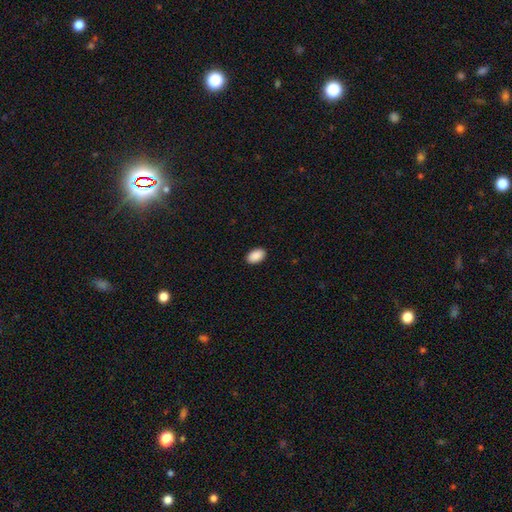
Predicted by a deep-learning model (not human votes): This appears to be a smooth galaxy with no disk features (91%) that is in between round and cigar-shaped (93%). Merging: none (90%).